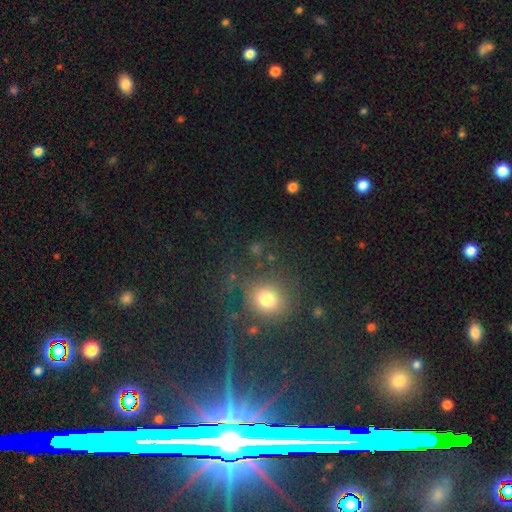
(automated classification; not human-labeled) Q: Smooth or featured?
A: star or artifact (45%); runner-up: smooth (38%)